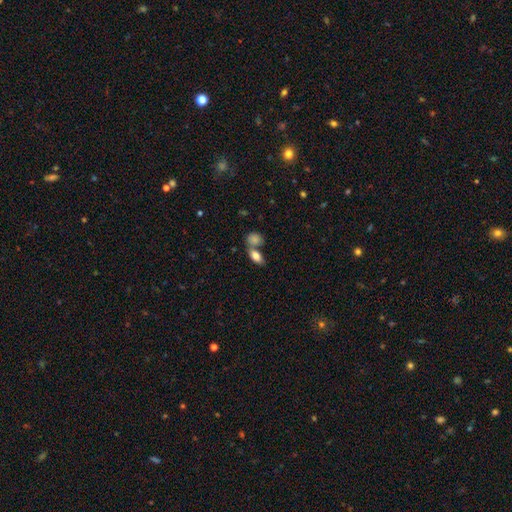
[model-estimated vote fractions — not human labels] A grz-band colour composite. It shows a smooth galaxy with no disk features (82%) that is in between round and cigar-shaped (86%). Merging: none (47%).